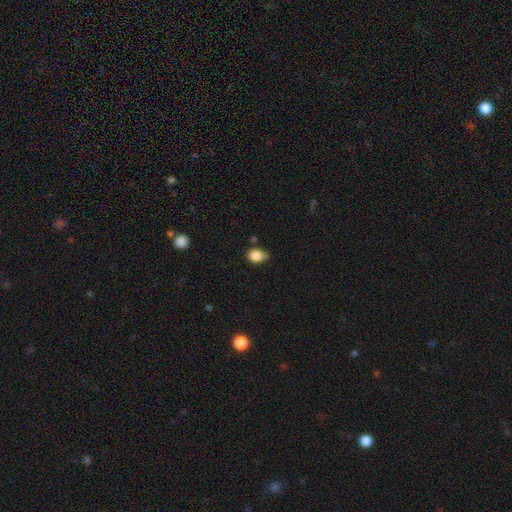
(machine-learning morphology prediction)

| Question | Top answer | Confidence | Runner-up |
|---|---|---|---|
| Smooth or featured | smooth | 86% | star or artifact (9%) |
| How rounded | in between | 63% | round (36%) |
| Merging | none | 53% | minor disturbance (37%) |